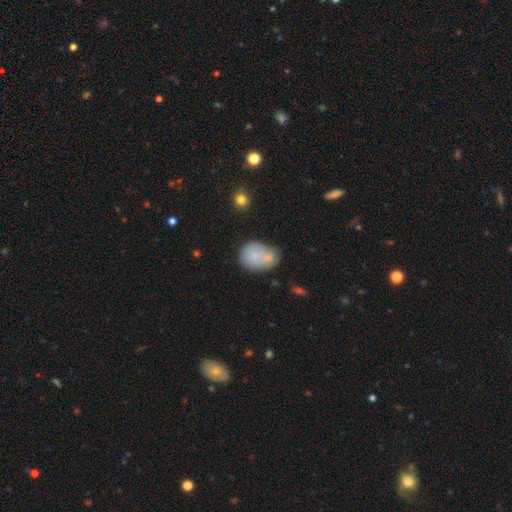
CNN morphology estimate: smooth-or-featured: smooth: 75% | featured or disk: 17% | star or artifact: 8%
  how-rounded: in between: 60% | round: 39% | cigar-shaped: 1%
  merging: none: 37% | merger: 33% | minor disturbance: 22% | major disturbance: 9%